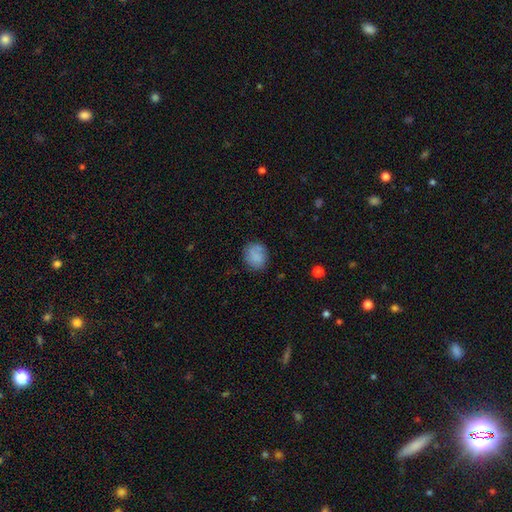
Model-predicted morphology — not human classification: type=smooth (79%); roundness=round (72%); merging=none (74%).